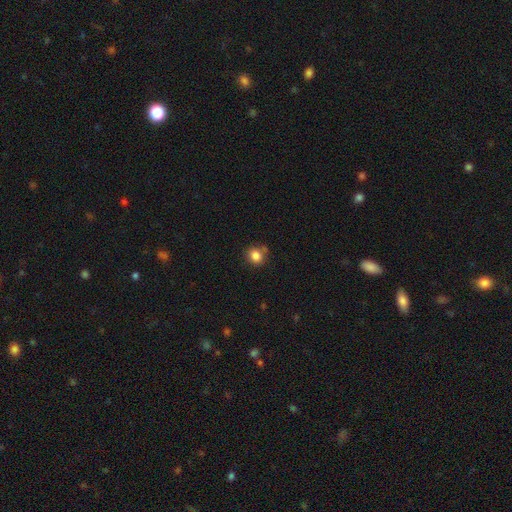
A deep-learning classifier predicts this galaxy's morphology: type=smooth (84%); roundness=round (67%); merging=none (72%).